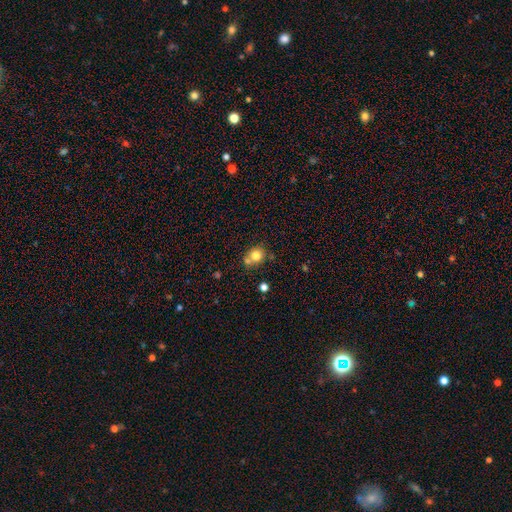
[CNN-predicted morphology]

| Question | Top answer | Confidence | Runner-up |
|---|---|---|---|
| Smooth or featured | smooth | 78% | star or artifact (11%) |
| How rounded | round | 77% | in between (22%) |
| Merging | none | 55% | merger (28%) |